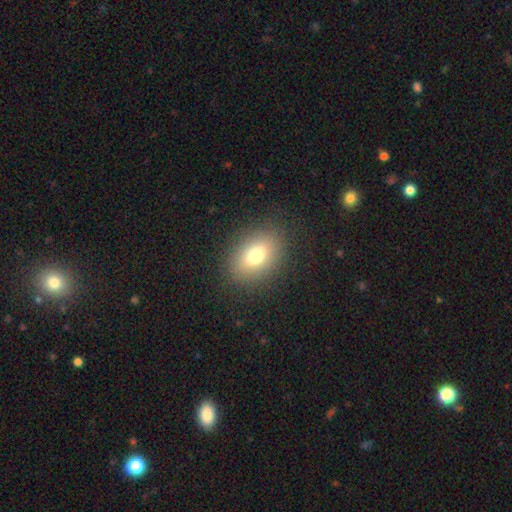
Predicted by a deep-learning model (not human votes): Overall: smooth (76%). How rounded: in between (80%). Merging: none (87%).